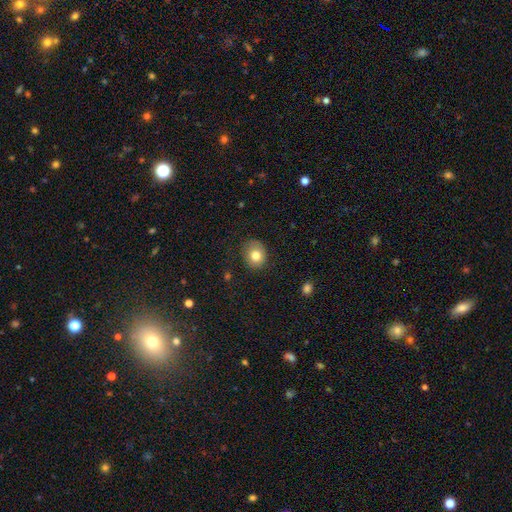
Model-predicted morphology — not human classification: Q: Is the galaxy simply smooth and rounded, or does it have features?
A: smooth — 79%.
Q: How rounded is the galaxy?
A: round — 67%.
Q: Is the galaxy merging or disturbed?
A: none — 80%.